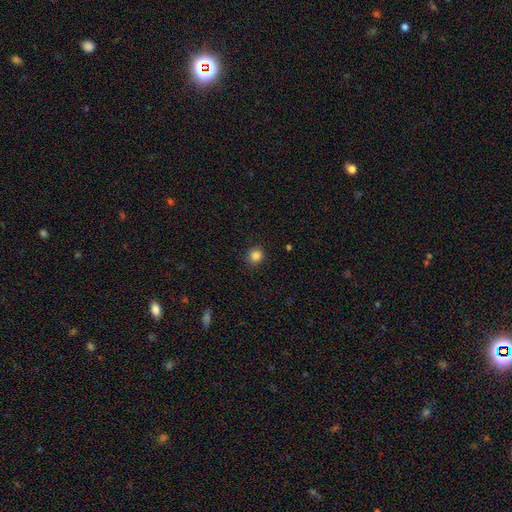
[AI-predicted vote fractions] smooth 85%, star or artifact 11%, featured or disk 4%. Down the decision tree: how rounded — round (89%); merging — none (89%).